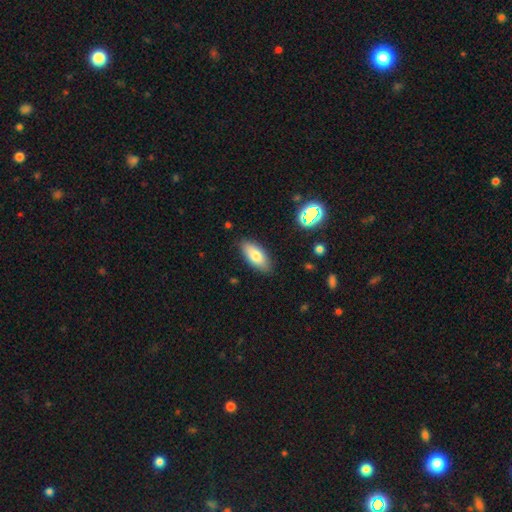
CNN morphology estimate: Smooth or featured? smooth (77%)
How rounded? in between (84%)
Merging? none (86%)